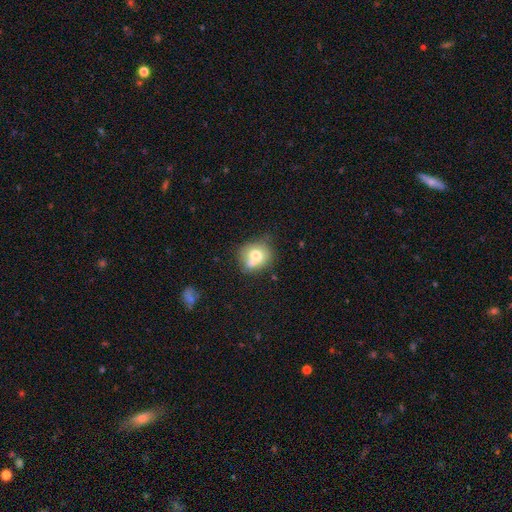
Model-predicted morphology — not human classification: A smooth galaxy with no disk features (70%) that is round (70%).

Vote fractions:
- Smooth or featured? smooth: 70% / featured or disk: 20% / star or artifact: 10%
- How rounded? round: 70% / in between: 29% / cigar-shaped: 1%
- Merging? none: 45% / merger: 27% / minor disturbance: 21% / major disturbance: 7%